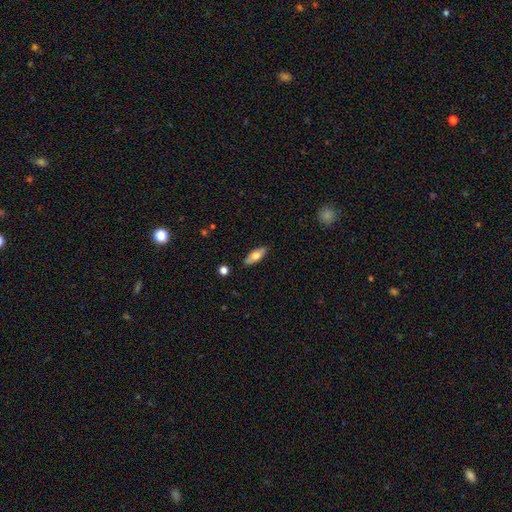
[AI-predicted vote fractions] Smooth or featured: smooth — 67% (featured or disk — 27%)
How rounded: in between — 71% (cigar-shaped — 26%)
Merging: none — 87% (minor disturbance — 10%)